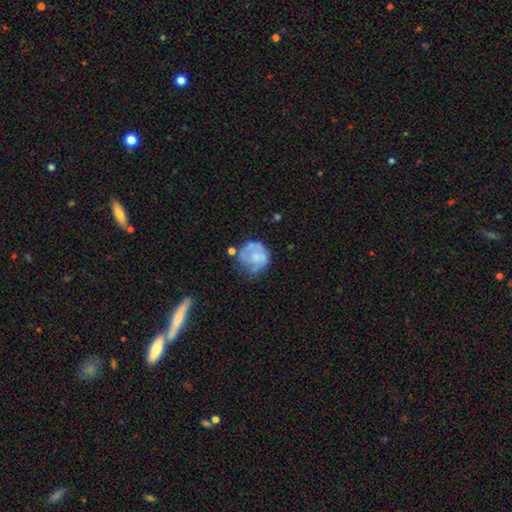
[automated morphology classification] This is possibly a featured or disk galaxy (52%). It is clearly not viewed edge-on (98%). Bar: likely no (79%). Spiral arm pattern: possibly no (52%). Central bulge: marginally none (36%). Merging: possibly none (47%).